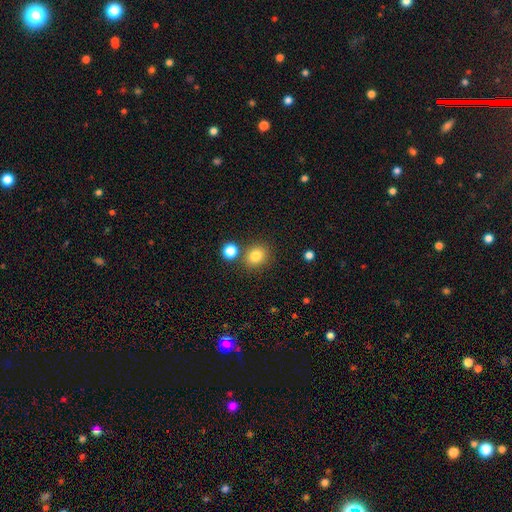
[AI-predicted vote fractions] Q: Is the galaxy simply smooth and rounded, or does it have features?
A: smooth — 81%.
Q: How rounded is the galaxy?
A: round — 79%.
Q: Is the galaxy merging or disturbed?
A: none — 79%.